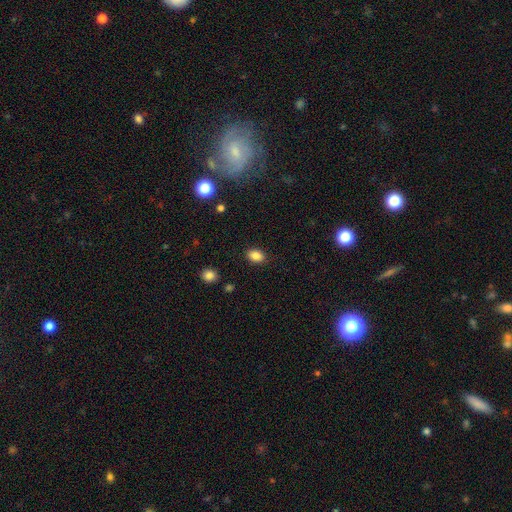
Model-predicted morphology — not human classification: Q: Smooth or featured?
A: smooth (86%); runner-up: star or artifact (10%)
Q: How rounded?
A: in between (77%); runner-up: round (22%)
Q: Merging?
A: none (87%); runner-up: minor disturbance (9%)